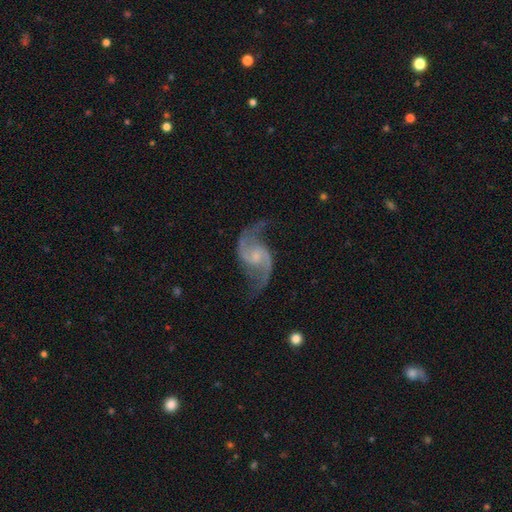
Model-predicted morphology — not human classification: A featured or disk galaxy (92%) with no bar (52%), 2 (94%) loose (61%) spiral arms (98%) and a small central bulge (60%). Merging: none (75%).